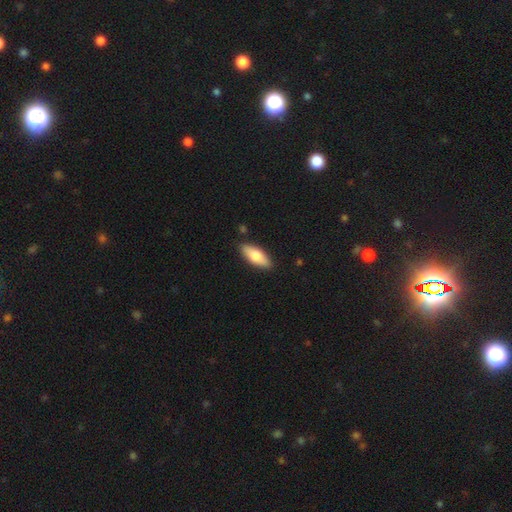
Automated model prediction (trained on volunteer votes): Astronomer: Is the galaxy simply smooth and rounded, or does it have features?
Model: smooth — 72%.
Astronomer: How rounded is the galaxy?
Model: in between — 73%.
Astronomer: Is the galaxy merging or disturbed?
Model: none — 87%.